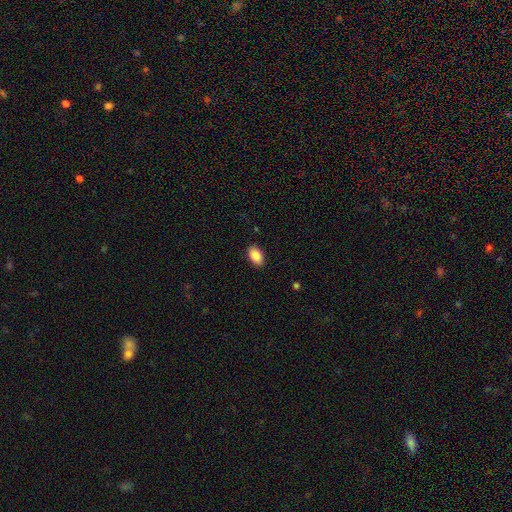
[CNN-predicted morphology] Overall: smooth (89%). How rounded: in between (92%). Merging: none (88%).